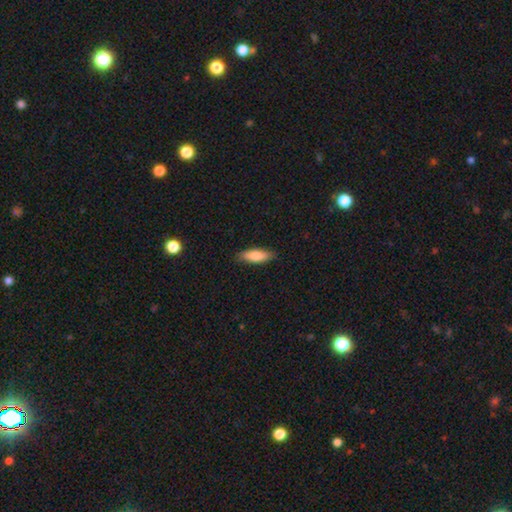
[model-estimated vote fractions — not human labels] Morphology: type=smooth (82%); roundness=in between (57%); merging=none (86%).